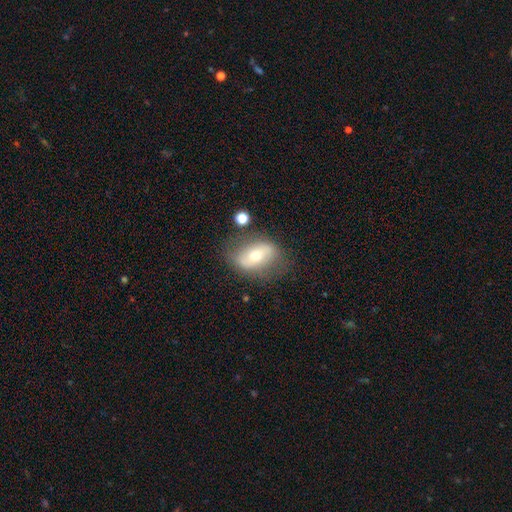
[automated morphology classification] The model was most divided on "smooth or featured": featured or disk: 51%, smooth: 40%, star or artifact: 9%. More confident: edge-on disk — no (88%); merging — none (66%).